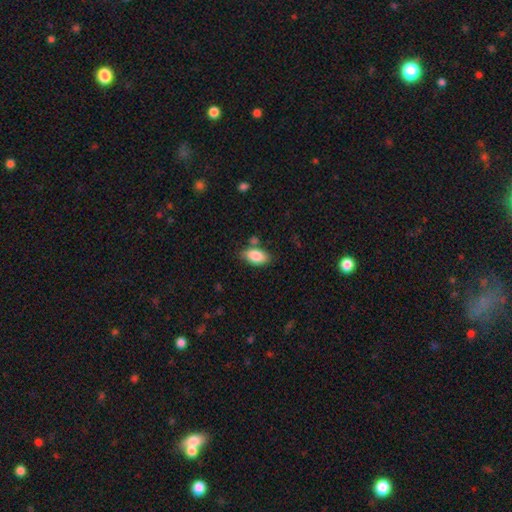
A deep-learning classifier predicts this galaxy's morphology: smooth_or_featured: smooth (p=0.86) [alt: star or artifact p=0.07]
how_rounded: in between (p=0.93) [alt: round p=0.04]
merging: none (p=0.72) [alt: minor disturbance p=0.16]